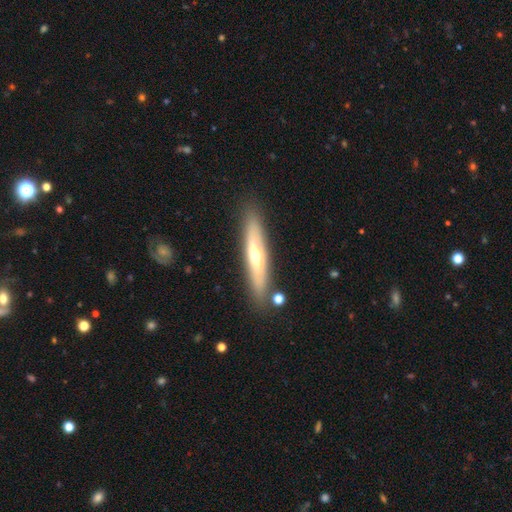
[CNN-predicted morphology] This is possibly a featured or disk galaxy (56%). It is clearly viewed edge-on (80%). Merging: clearly none (86%).